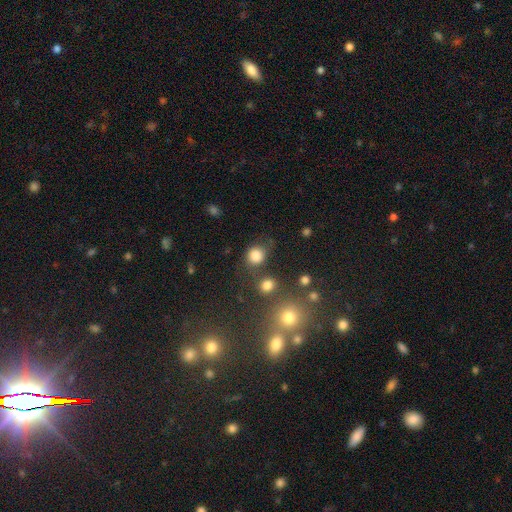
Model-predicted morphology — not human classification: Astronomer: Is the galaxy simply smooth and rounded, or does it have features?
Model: smooth — 82%.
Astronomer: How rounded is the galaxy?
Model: round — 79%.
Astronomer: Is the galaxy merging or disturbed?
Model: none — 67%.